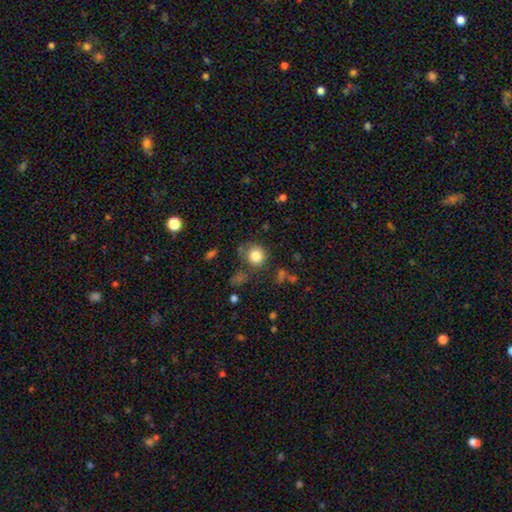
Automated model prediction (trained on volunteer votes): A smooth galaxy with no disk features (83%) that is round (85%).

Vote fractions:
- Smooth or featured? smooth: 83% / star or artifact: 10% / featured or disk: 7%
- How rounded? round: 85% / in between: 14% / cigar-shaped: 1%
- Merging? none: 72% / minor disturbance: 16% / major disturbance: 7% / merger: 6%